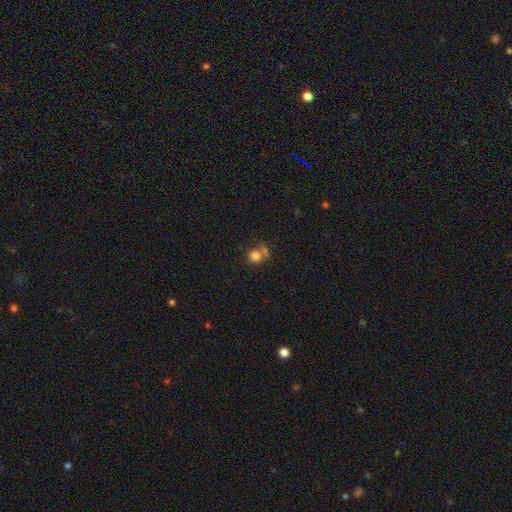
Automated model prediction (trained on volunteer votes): Morphology: type=smooth (79%); roundness=round (83%); merging=none (52%).